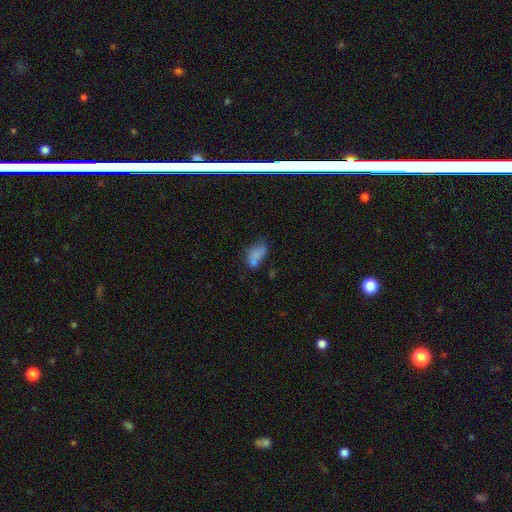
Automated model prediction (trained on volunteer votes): This appears to be a smooth galaxy with no disk features (75%) that is in between round and cigar-shaped (88%). Merging: none (44%).